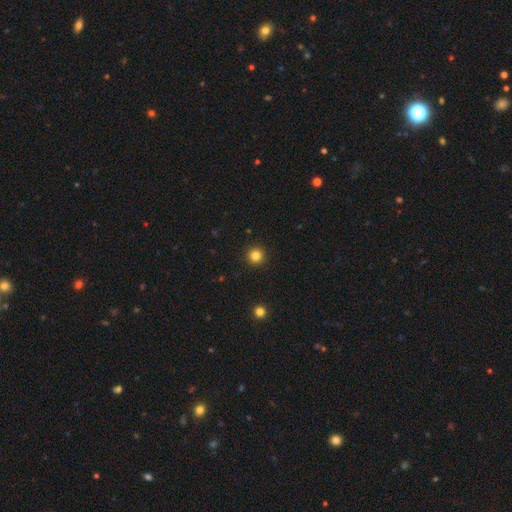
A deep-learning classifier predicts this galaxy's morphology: A smooth galaxy with no disk features (82%) that is round (96%). Merging: none (93%).